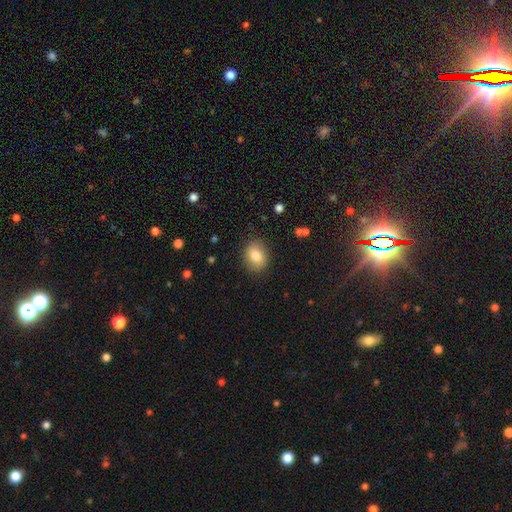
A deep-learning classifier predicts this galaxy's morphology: Smooth or featured? smooth (81%)
How rounded? in between (60%)
Merging? none (85%)